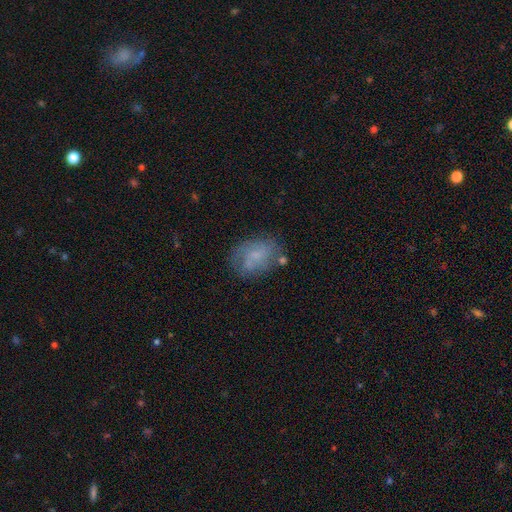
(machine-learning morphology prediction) Smooth or featured?
  - smooth: 45% * (tied)
  - featured or disk: 45% * (tied)
  - star or artifact: 9%
Merging?
  - none: 60% *
  - minor disturbance: 22%
  - major disturbance: 10%
  - merger: 7%